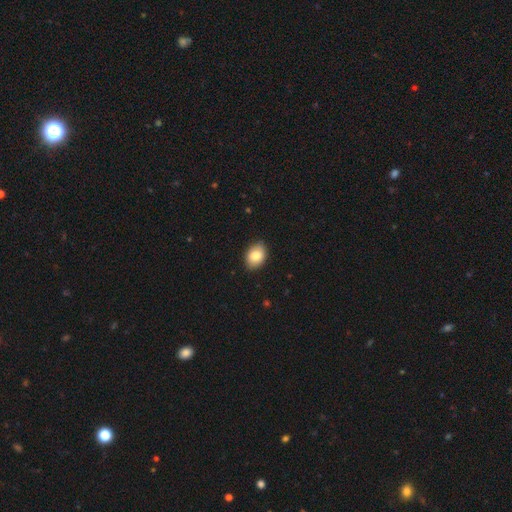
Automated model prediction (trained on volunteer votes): Morphology: type=smooth (84%); roundness=in between (77%); merging=none (85%).